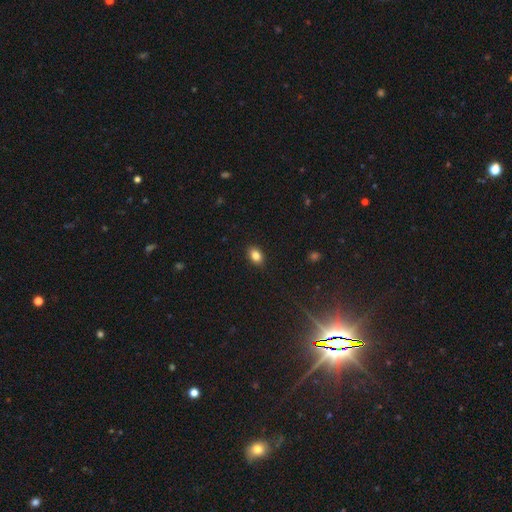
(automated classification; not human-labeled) Smooth or featured? Predicted: smooth (p=0.83). How rounded? Predicted: in between (p=0.76). Merging? Predicted: none (p=0.88).